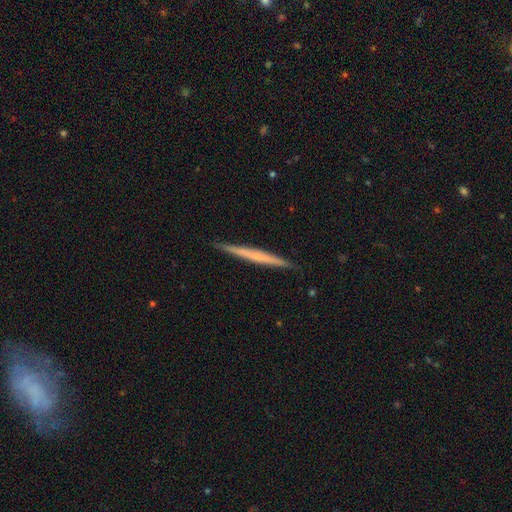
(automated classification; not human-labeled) This appears to be a featured or disk galaxy (49%). Merging: none (91%).